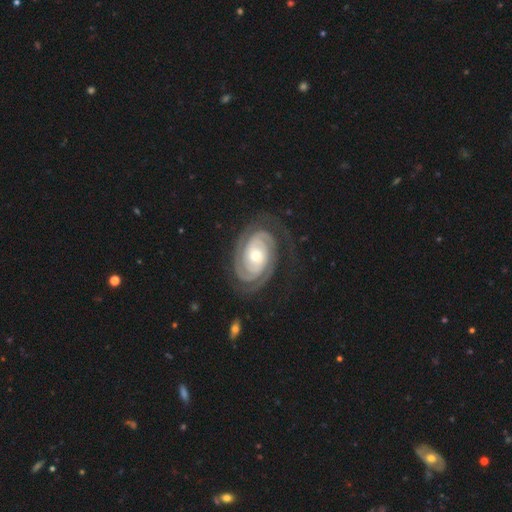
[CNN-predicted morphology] A featured or disk galaxy (93%) with no bar (64%), 2 (79%) tight (80%) spiral arms (98%) and a moderate central bulge (62%). Merging: none (76%).